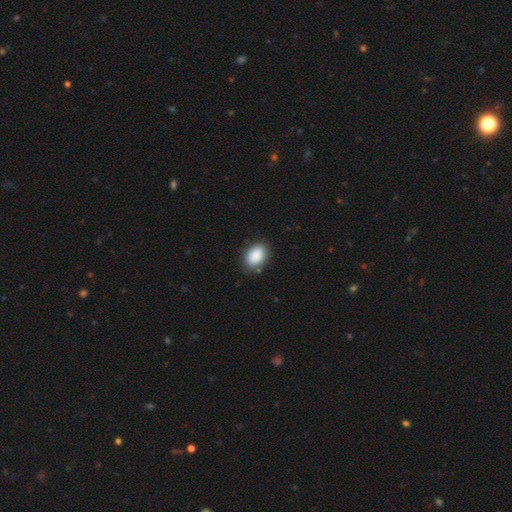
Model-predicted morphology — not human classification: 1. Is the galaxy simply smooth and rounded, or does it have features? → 89% smooth, 7% star or artifact, 4% featured or disk.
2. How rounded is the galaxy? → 81% in between, 18% round, 1% cigar-shaped.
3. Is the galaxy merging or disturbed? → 84% none, 12% minor disturbance, 3% major disturbance, 1% merger.